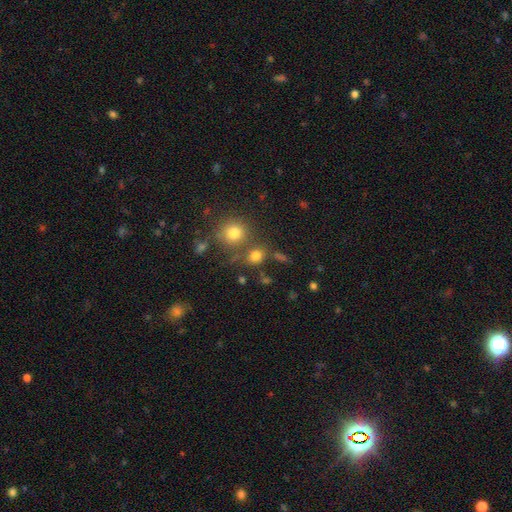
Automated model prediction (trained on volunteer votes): The model was most divided on "how rounded": round: 59%, in between: 39%, cigar-shaped: 2%. More confident: smooth or featured — smooth (77%); merging — none (65%).